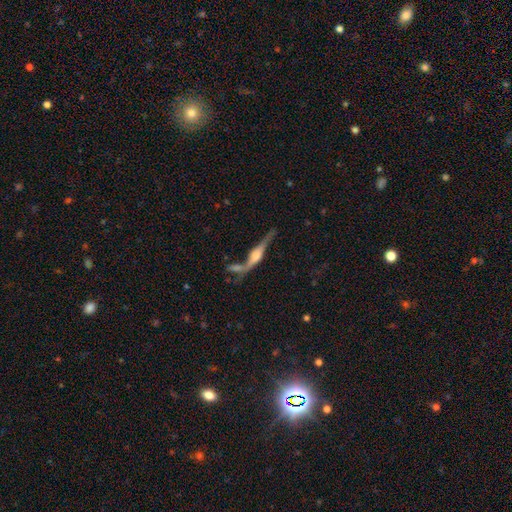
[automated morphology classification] Q: Smooth or featured?
A: featured or disk (76%); runner-up: smooth (17%)
Q: Edge-on disk?
A: yes (89%); runner-up: no (11%)
Q: Edge-on bulge?
A: rounded (83%); runner-up: boxy (12%)
Q: Merging?
A: none (46%); runner-up: merger (28%)